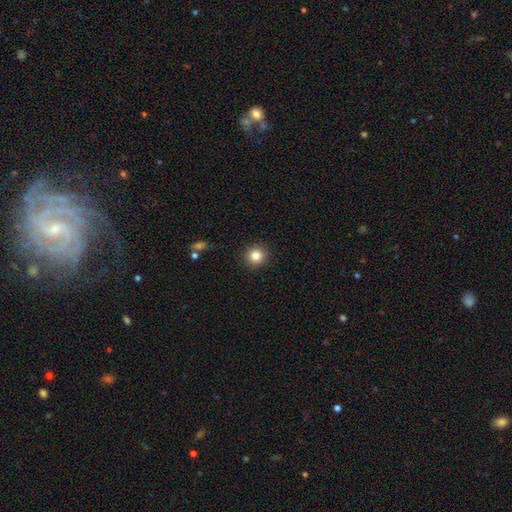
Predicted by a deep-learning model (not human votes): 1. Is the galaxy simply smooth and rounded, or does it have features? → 84% smooth, 10% star or artifact, 6% featured or disk.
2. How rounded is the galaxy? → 93% round, 6% in between, 1% cigar-shaped.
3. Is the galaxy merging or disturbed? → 91% none, 6% minor disturbance, 2% major disturbance, 1% merger.